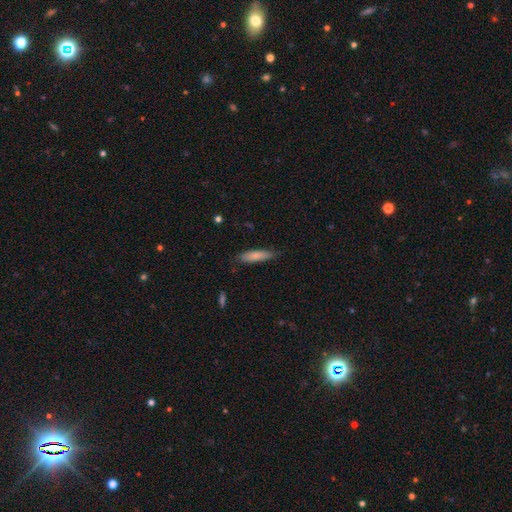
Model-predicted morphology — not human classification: smooth_or_featured: smooth (p=0.80) [alt: featured or disk p=0.15]
how_rounded: cigar-shaped (p=0.70) [alt: in between p=0.29]
merging: none (p=0.79) [alt: minor disturbance p=0.17]